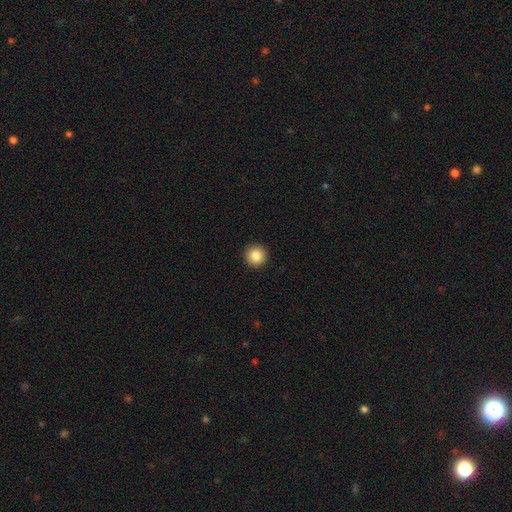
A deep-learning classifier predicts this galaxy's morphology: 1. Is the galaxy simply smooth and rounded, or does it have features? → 86% smooth, 9% star or artifact, 5% featured or disk.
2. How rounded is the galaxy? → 96% round, 3% in between, 1% cigar-shaped.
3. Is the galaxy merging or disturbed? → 93% none, 4% minor disturbance, 1% major disturbance, 1% merger.